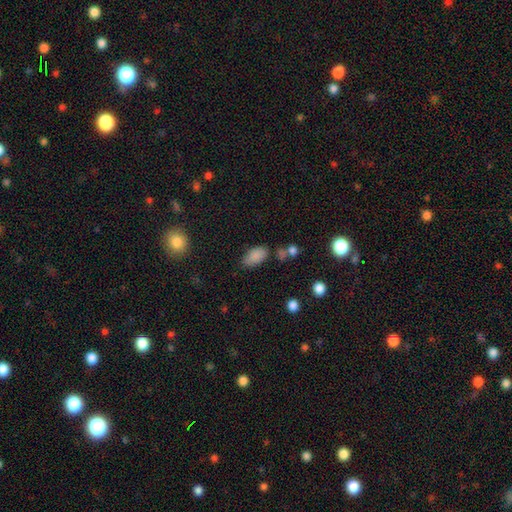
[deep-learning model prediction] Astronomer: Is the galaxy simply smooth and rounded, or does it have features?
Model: smooth — 85%.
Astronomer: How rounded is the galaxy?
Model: in between — 93%.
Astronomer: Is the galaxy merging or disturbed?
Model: none — 71%.